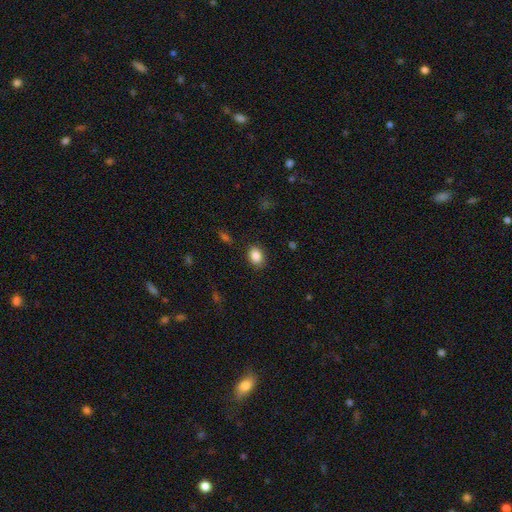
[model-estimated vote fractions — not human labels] Smooth or featured?
  - smooth: 87% *
  - star or artifact: 9%
  - featured or disk: 5%
How rounded?
  - in between: 67% *
  - round: 32%
  - cigar-shaped: 1%
Merging?
  - none: 86% *
  - minor disturbance: 10%
  - major disturbance: 3%
  - merger: 1%